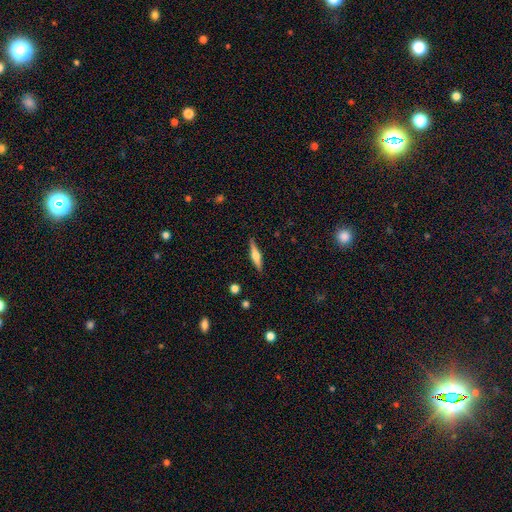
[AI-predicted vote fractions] Overall: featured or disk (57%; smooth 37%). Edge-on disk: yes (96%). Edge-on bulge: rounded (88%). Merging: none (89%).